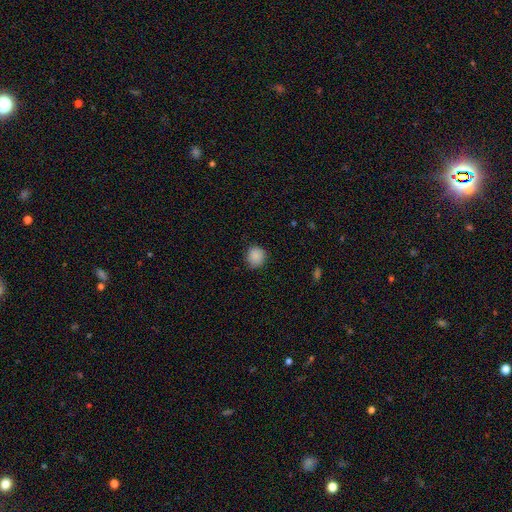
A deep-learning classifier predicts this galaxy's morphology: This appears to be a smooth galaxy with no disk features (87%) that is round (86%). Merging: none (85%).